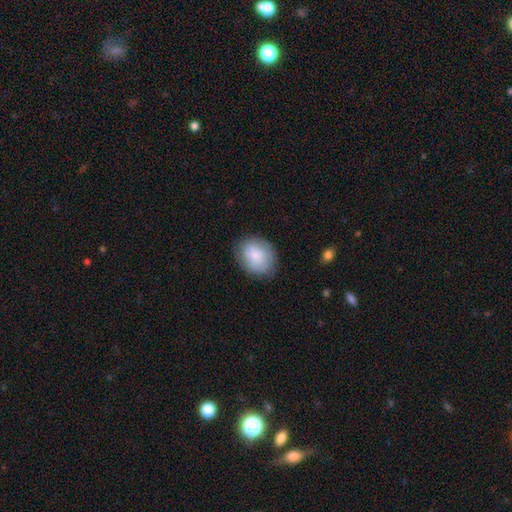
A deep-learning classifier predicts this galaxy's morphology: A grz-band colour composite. It shows a smooth galaxy with no disk features (75%) that is round (55%). Merging: none (79%).